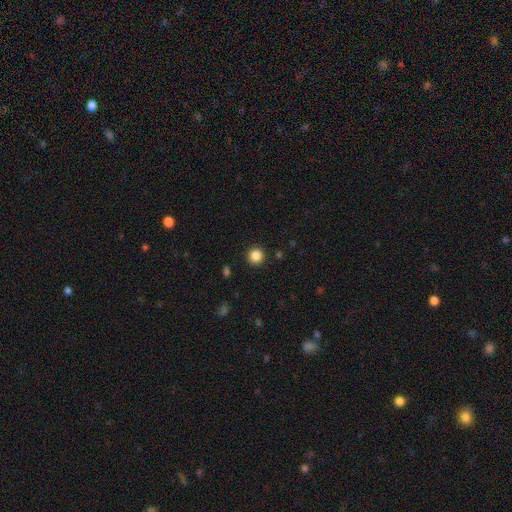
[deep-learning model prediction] Morphology: type=smooth (85%); roundness=round (94%); merging=none (92%).